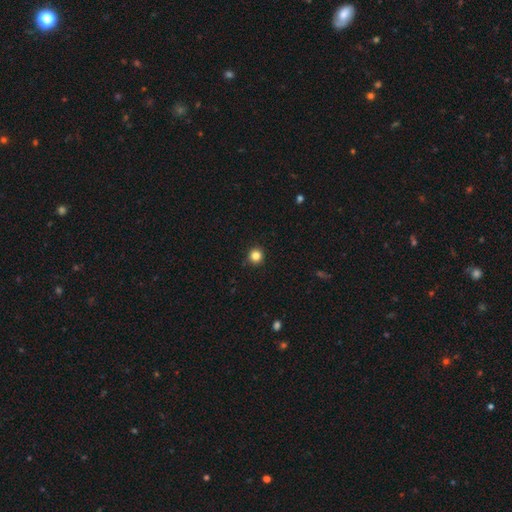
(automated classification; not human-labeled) This appears to be a smooth galaxy with no disk features (84%) that is round (94%). Merging: none (92%).